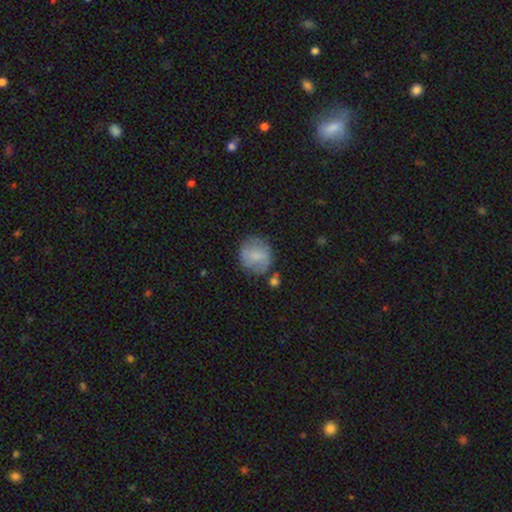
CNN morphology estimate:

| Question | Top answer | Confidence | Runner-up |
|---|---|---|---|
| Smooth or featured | smooth | 65% | featured or disk (27%) |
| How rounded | round | 79% | in between (20%) |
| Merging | none | 68% | minor disturbance (20%) |